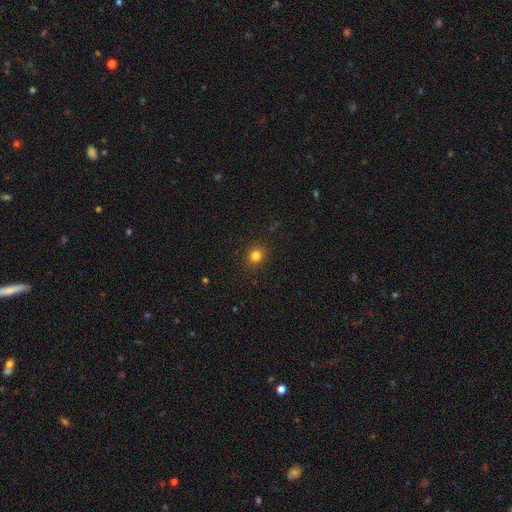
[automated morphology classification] smooth_or_featured: smooth (p=0.81) [alt: star or artifact p=0.13]
how_rounded: round (p=0.79) [alt: in between p=0.20]
merging: none (p=0.91) [alt: minor disturbance p=0.06]